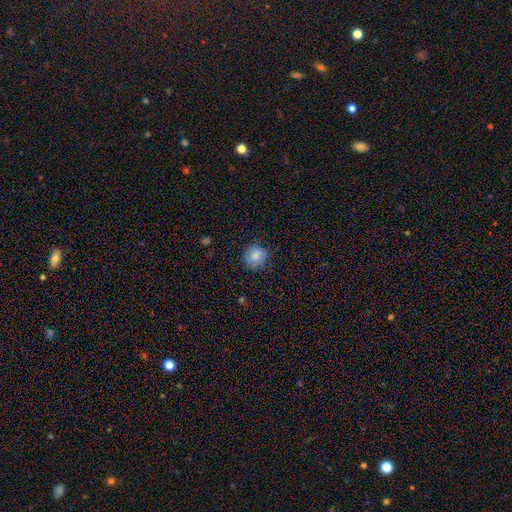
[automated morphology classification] Smooth or featured: smooth — 83% (star or artifact — 9%)
How rounded: round — 87% (in between — 12%)
Merging: none — 81% (minor disturbance — 15%)